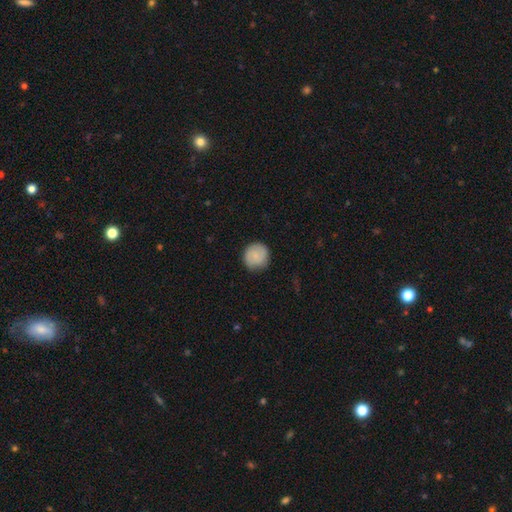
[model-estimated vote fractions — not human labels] smooth_or_featured: smooth (p=0.80) [alt: featured or disk p=0.13]
how_rounded: round (p=0.93) [alt: in between p=0.06]
merging: none (p=0.85) [alt: minor disturbance p=0.11]